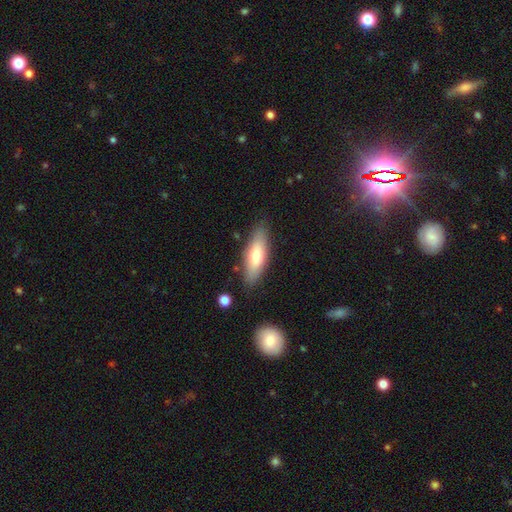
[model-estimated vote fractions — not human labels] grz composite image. It shows a smooth galaxy with no disk features (68%) that is in between round and cigar-shaped (55%). Merging: none (82%).